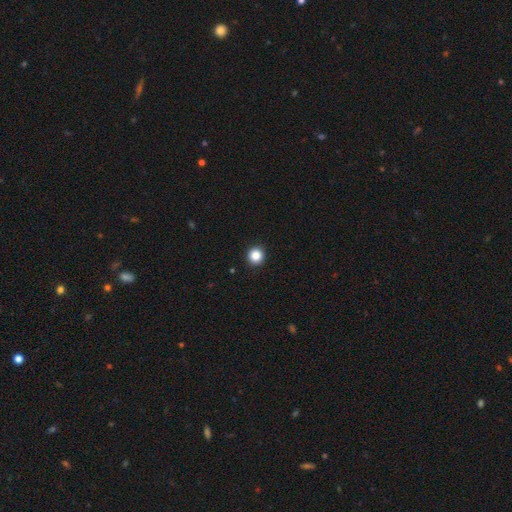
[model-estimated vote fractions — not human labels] A smooth galaxy with no disk features (86%) that is round (95%).

Vote fractions:
- Smooth or featured? smooth: 86% / star or artifact: 11% / featured or disk: 3%
- How rounded? round: 95% / in between: 4% / cigar-shaped: 1%
- Merging? none: 94% / minor disturbance: 4% / major disturbance: 1% / merger: 1%